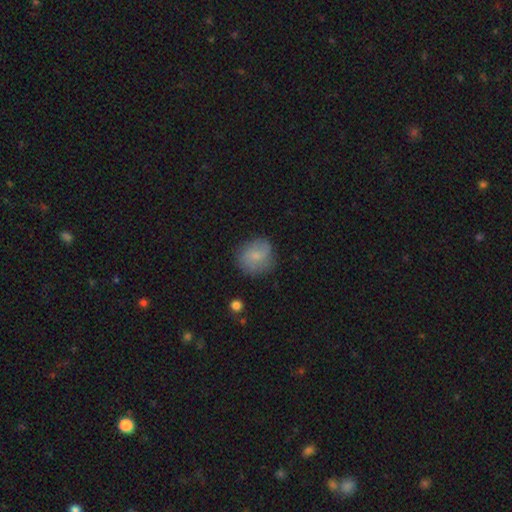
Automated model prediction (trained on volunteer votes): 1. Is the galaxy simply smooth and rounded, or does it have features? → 66% smooth, 26% featured or disk, 8% star or artifact.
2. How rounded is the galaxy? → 79% round, 20% in between, 1% cigar-shaped.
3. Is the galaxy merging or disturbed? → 73% none, 19% minor disturbance, 6% major disturbance, 2% merger.